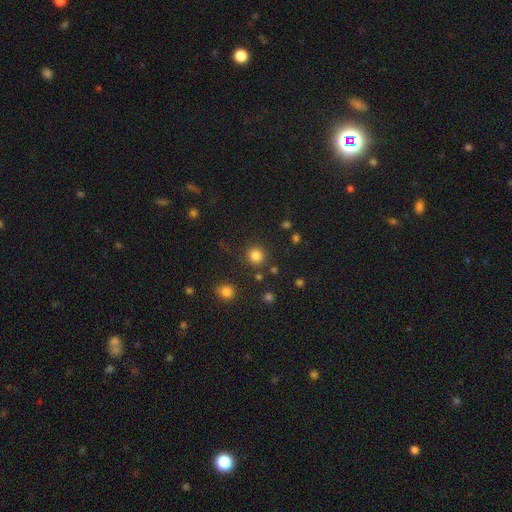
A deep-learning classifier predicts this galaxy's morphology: smooth_or_featured: smooth (p=0.83) [alt: star or artifact p=0.13]
how_rounded: round (p=0.93) [alt: in between p=0.06]
merging: none (p=0.87) [alt: minor disturbance p=0.07]